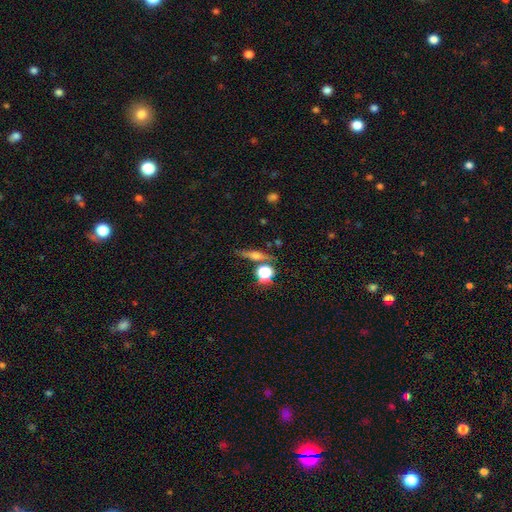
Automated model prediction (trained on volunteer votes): A smooth galaxy with no disk features (45%).

Vote fractions:
- Smooth or featured? smooth: 45% / featured or disk: 37% / star or artifact: 18%
- Merging? none: 76% / minor disturbance: 12% / merger: 8% / major disturbance: 4%